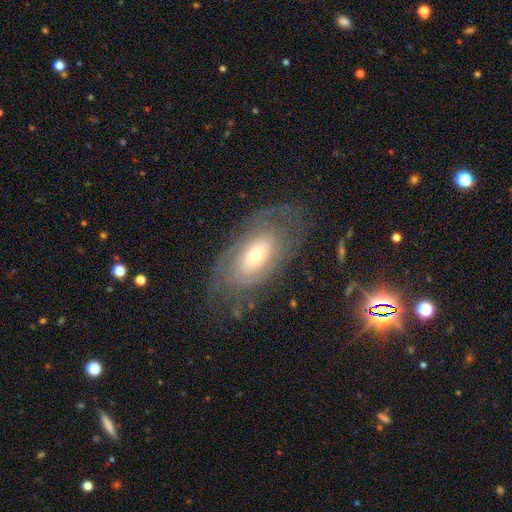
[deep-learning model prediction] smooth-or-featured: featured or disk: 73% | smooth: 20% | star or artifact: 7%
  disk-edge-on: no: 93% | yes: 7%
    bar: no: 73% | weak: 20% | strong: 6%
    has-spiral-arms: yes: 83% | no: 17%
      spiral-winding: tight: 68% | medium: 23% | loose: 9%
      spiral-arm-count: can't tell: 53% | 2: 24% | 3: 9% | 4: 6% | 1: 5% | more than 4: 4%
    bulge-size: moderate: 48% | small: 43% | large: 6% | dominant: 1% | none: 1%
  merging: none: 67% | minor disturbance: 19% | major disturbance: 13% | merger: 1%